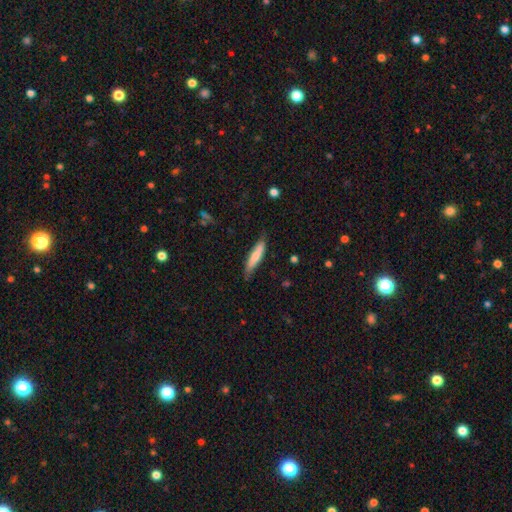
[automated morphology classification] smooth 70%, featured or disk 25%, star or artifact 6%. Down the decision tree: how rounded — cigar-shaped (80%); merging — none (75%).